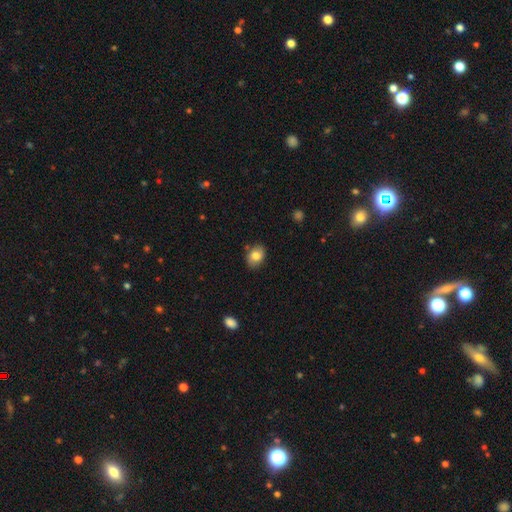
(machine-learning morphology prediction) A smooth galaxy with no disk features (80%) that is in between round and cigar-shaped (67%).

Vote fractions:
- Smooth or featured? smooth: 80% / featured or disk: 11% / star or artifact: 8%
- How rounded? in between: 67% / round: 32% / cigar-shaped: 1%
- Merging? none: 81% / minor disturbance: 14% / merger: 3% / major disturbance: 2%